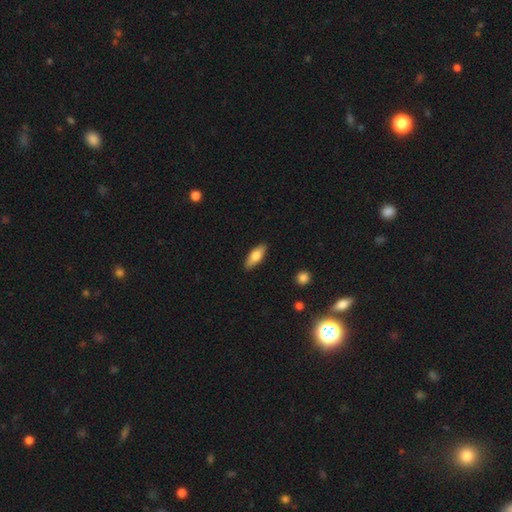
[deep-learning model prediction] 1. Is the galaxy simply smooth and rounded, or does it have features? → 73% smooth, 22% featured or disk, 6% star or artifact.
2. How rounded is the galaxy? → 69% in between, 29% cigar-shaped, 2% round.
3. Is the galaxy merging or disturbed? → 89% none, 9% minor disturbance, 2% major disturbance, 1% merger.